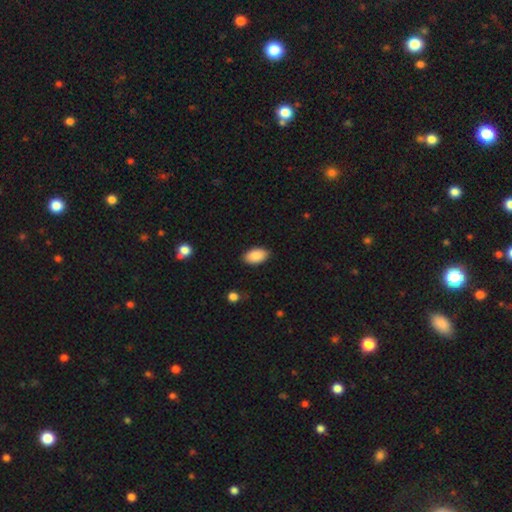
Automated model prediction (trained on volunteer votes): Smooth or featured? smooth (88%)
How rounded? in between (94%)
Merging? none (87%)